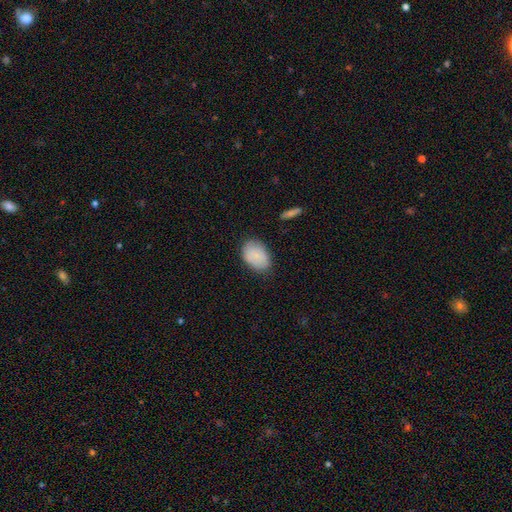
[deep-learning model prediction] Smooth or featured?
  - smooth: 79% *
  - featured or disk: 14%
  - star or artifact: 7%
How rounded?
  - in between: 86% *
  - round: 13%
  - cigar-shaped: 1%
Merging?
  - none: 77% *
  - minor disturbance: 17%
  - major disturbance: 4%
  - merger: 1%